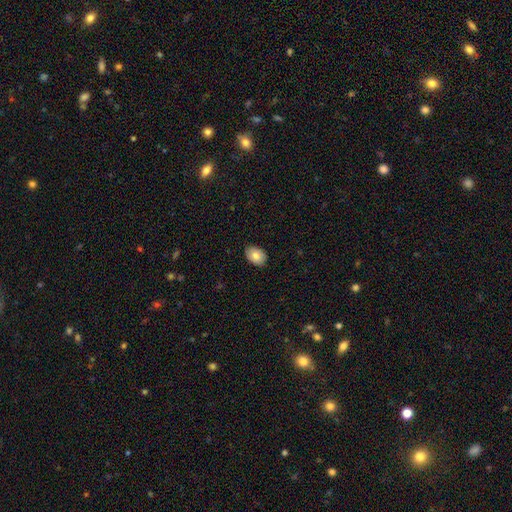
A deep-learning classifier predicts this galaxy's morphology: The model was most divided on "how rounded": in between: 81%, round: 18%, cigar-shaped: 1%. More confident: merging — none (87%); smooth or featured — smooth (79%).